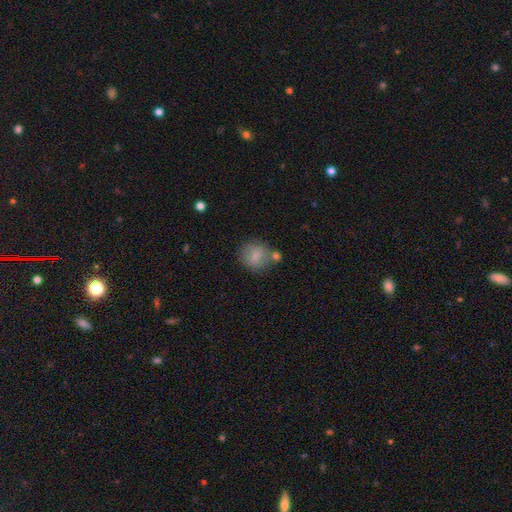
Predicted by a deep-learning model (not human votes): A smooth galaxy with no disk features (80%) that is round (84%).

Vote fractions:
- Smooth or featured? smooth: 80% / featured or disk: 11% / star or artifact: 8%
- How rounded? round: 84% / in between: 14% / cigar-shaped: 1%
- Merging? none: 66% / minor disturbance: 15% / merger: 14% / major disturbance: 5%